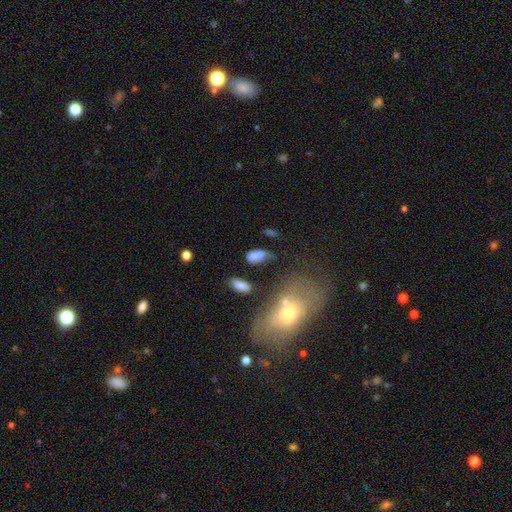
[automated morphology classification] Overall: smooth (70%). How rounded: in between (84%). Merging: none (38%; merger 26%).